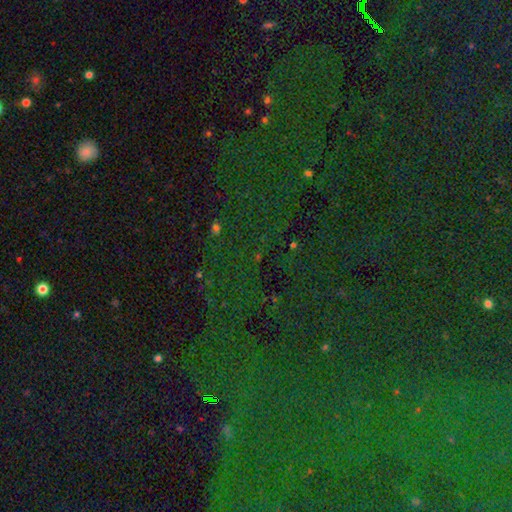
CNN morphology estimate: Q: Smooth or featured?
A: star or artifact (82%); runner-up: smooth (10%)